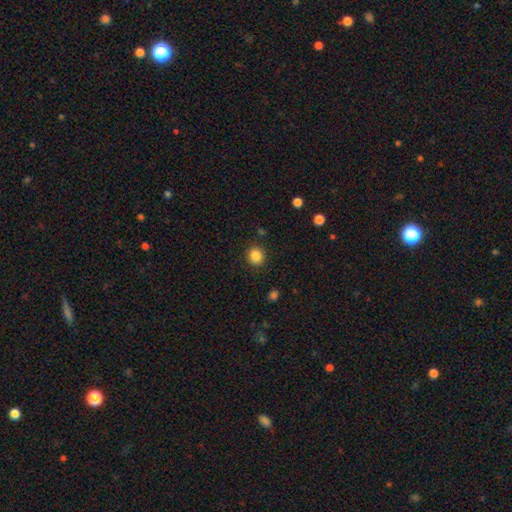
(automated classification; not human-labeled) Smooth or featured?
  - smooth: 86% *
  - star or artifact: 10%
  - featured or disk: 4%
How rounded?
  - round: 86% *
  - in between: 13%
  - cigar-shaped: 1%
Merging?
  - none: 89% *
  - minor disturbance: 7%
  - major disturbance: 2%
  - merger: 2%